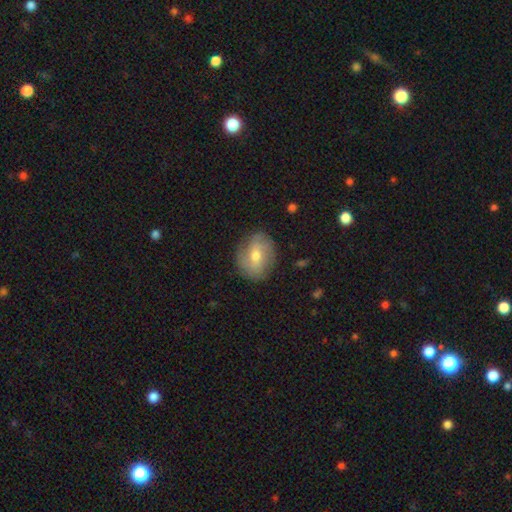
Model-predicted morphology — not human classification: Smooth or featured? featured or disk (51%)
Edge-on disk? no (96%)
Merging? none (78%)